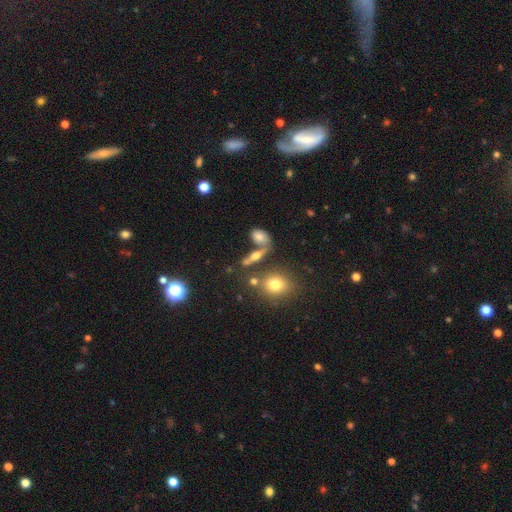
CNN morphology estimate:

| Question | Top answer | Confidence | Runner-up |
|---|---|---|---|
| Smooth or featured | smooth | 53% | featured or disk (31%) |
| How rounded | in between | 53% | cigar-shaped (28%) |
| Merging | none | 52% | merger (27%) |